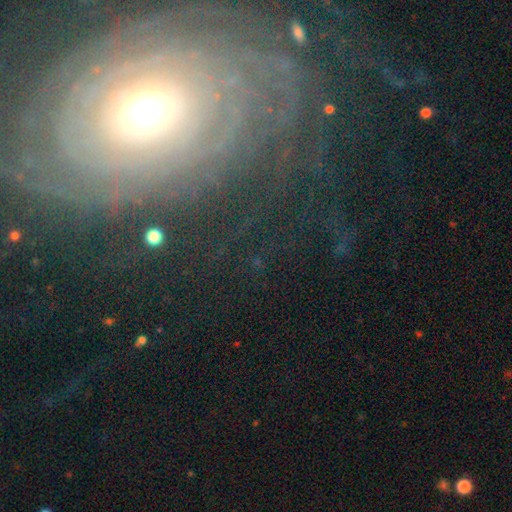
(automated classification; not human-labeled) This appears to be a featured or disk galaxy (76%) with no bar (72%), tight (80%) spiral arms (86%) and a moderate central bulge (59%). Merging: none (76%).